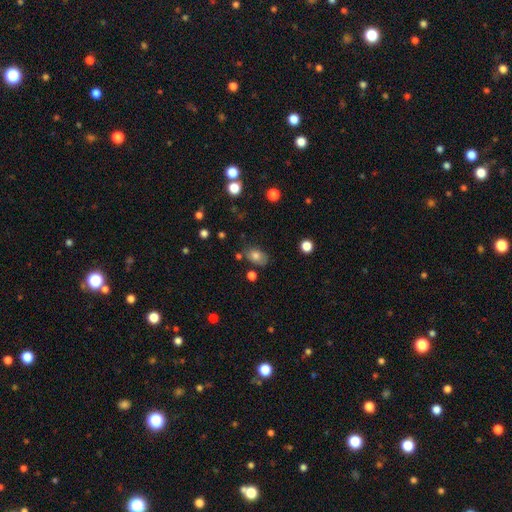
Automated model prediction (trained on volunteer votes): Smooth or featured? smooth (77%)
How rounded? in between (82%)
Merging? none (70%)